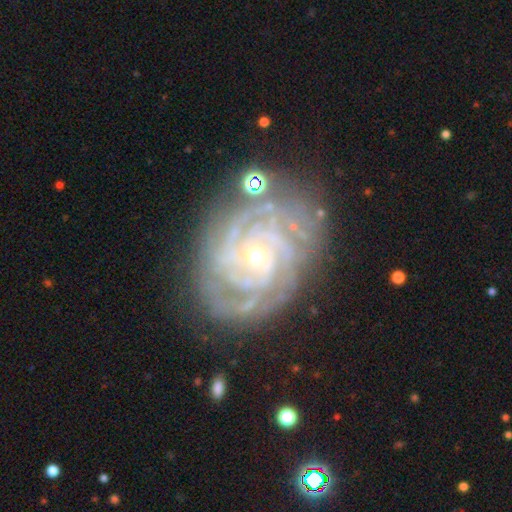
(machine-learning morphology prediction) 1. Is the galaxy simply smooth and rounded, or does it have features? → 89% featured or disk, 6% star or artifact, 5% smooth.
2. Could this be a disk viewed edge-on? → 97% no, 3% yes.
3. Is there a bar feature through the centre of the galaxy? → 73% no, 20% weak, 7% strong.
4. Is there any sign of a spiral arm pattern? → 98% yes, 2% no.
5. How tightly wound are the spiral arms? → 78% tight, 19% medium, 3% loose.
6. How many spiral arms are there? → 25% 4, 24% 3, 19% can't tell, 14% 2, 11% more than 4, 7% 1.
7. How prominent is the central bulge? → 74% small, 23% moderate, 1% large, 1% none, 1% dominant.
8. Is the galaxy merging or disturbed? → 75% none, 16% minor disturbance, 6% major disturbance, 3% merger.